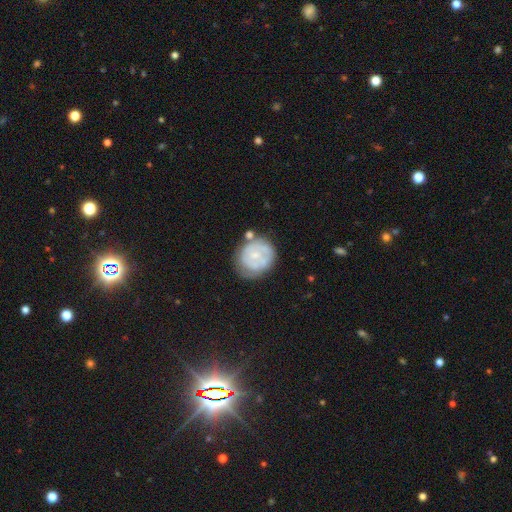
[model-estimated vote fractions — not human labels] featured or disk 62%, smooth 32%, star or artifact 6%. Down the decision tree: edge-on disk — no (98%); bar — no (74%); spiral arms — yes (64%); bulge size — small (59%); merging — none (53%).